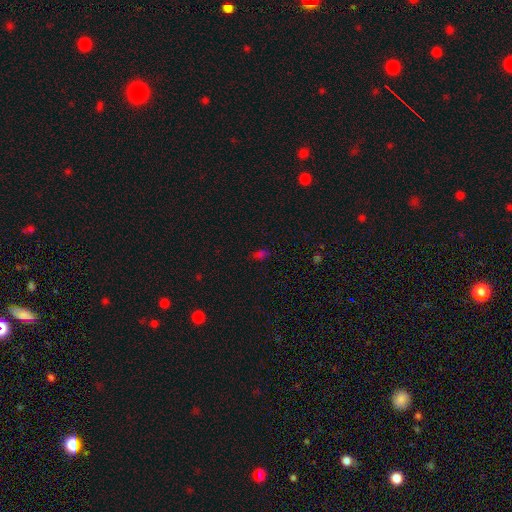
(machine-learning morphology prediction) smooth 51%, star or artifact 39%, featured or disk 10%. Down the decision tree: how rounded — in between (73%); merging — none (72%).